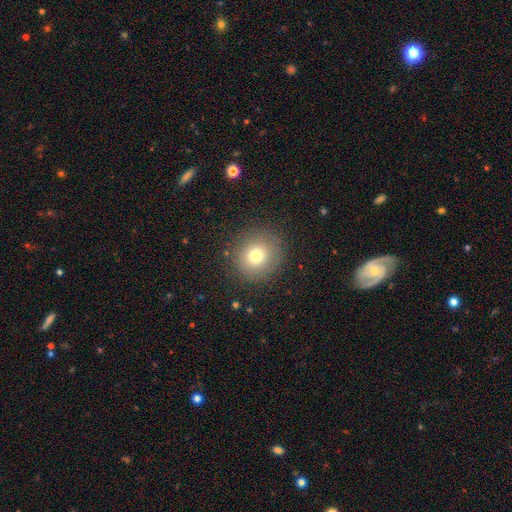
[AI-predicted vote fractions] smooth 75%, star or artifact 13%, featured or disk 12%. Down the decision tree: how rounded — round (92%); merging — none (87%).